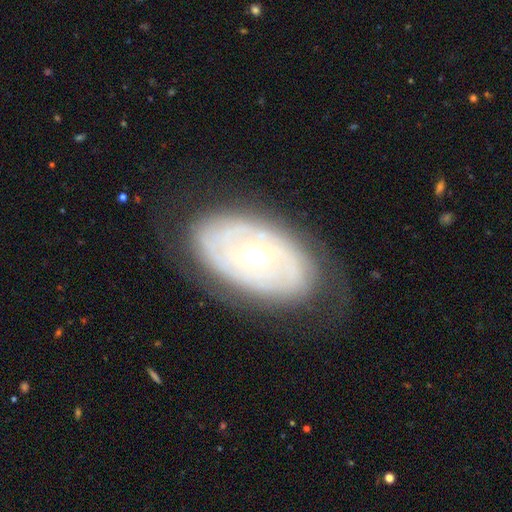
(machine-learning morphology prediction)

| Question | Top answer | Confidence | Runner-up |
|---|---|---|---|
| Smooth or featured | featured or disk | 75% | smooth (19%) |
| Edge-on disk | no | 93% | yes (7%) |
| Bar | no | 76% | weak (18%) |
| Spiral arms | yes | 69% | no (31%) |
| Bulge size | moderate | 58% | small (37%) |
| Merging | none | 74% | minor disturbance (18%) |